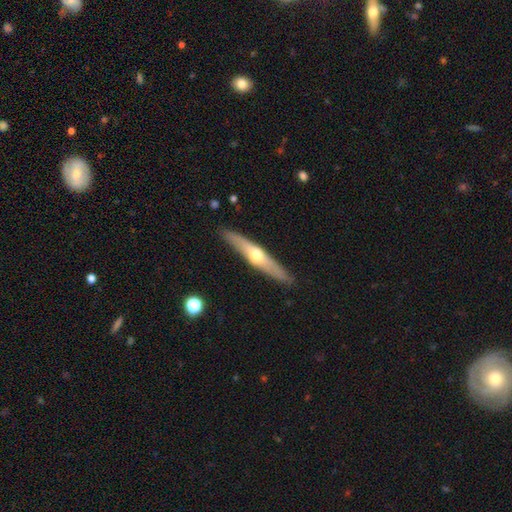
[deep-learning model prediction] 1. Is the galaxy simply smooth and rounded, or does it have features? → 60% featured or disk, 35% smooth, 5% star or artifact.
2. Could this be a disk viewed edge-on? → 93% yes, 7% no.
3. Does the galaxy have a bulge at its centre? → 91% rounded, 6% none, 3% boxy.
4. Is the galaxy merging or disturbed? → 89% none, 8% minor disturbance, 2% major disturbance, 1% merger.